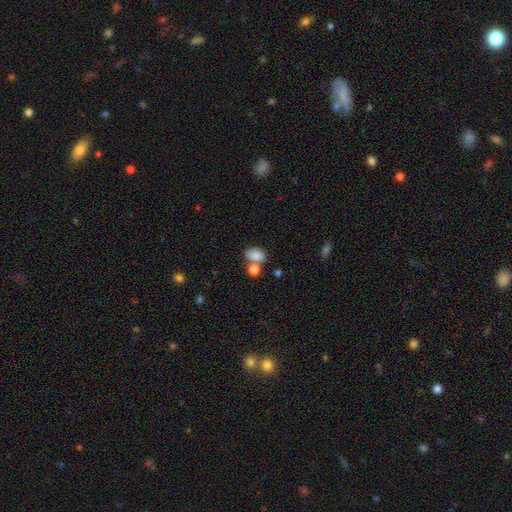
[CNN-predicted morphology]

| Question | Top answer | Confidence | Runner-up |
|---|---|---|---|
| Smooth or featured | smooth | 84% | star or artifact (9%) |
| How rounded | in between | 83% | round (16%) |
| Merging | none | 48% | merger (33%) |